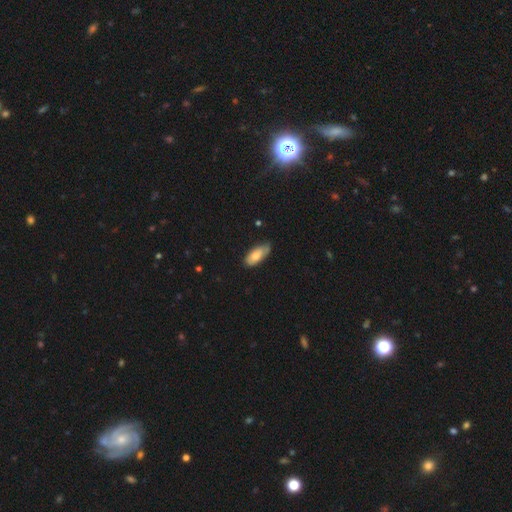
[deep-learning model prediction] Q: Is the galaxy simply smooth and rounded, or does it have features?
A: smooth — 74%.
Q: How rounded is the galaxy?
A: in between — 85%.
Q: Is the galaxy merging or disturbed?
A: none — 64%.